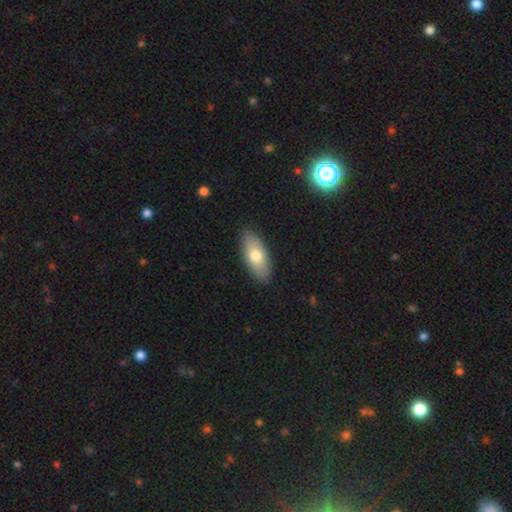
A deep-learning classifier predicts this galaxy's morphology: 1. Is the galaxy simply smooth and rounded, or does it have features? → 71% smooth, 24% featured or disk, 6% star or artifact.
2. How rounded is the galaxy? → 86% in between, 11% cigar-shaped, 3% round.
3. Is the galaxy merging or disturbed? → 85% none, 11% minor disturbance, 2% major disturbance, 1% merger.